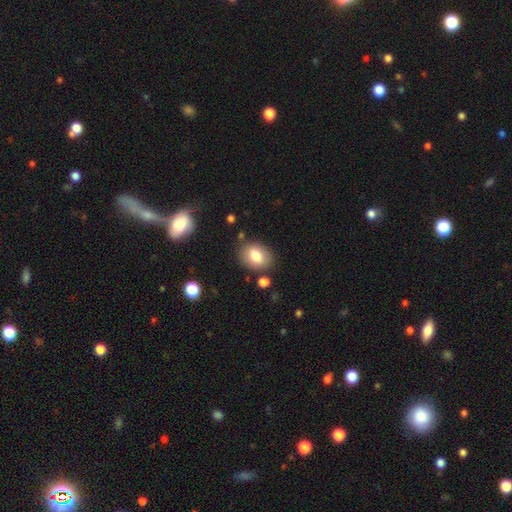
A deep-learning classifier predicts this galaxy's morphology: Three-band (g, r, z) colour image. It shows a smooth galaxy with no disk features (78%) that is in between round and cigar-shaped (68%). Merging: none (81%).